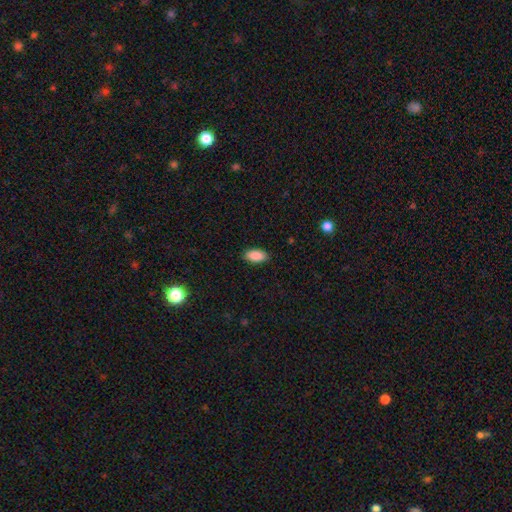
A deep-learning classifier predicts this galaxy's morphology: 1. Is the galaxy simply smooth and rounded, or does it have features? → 89% smooth, 7% star or artifact, 4% featured or disk.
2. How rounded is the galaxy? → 92% in between, 5% cigar-shaped, 2% round.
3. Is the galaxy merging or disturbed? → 89% none, 8% minor disturbance, 2% major disturbance, 1% merger.